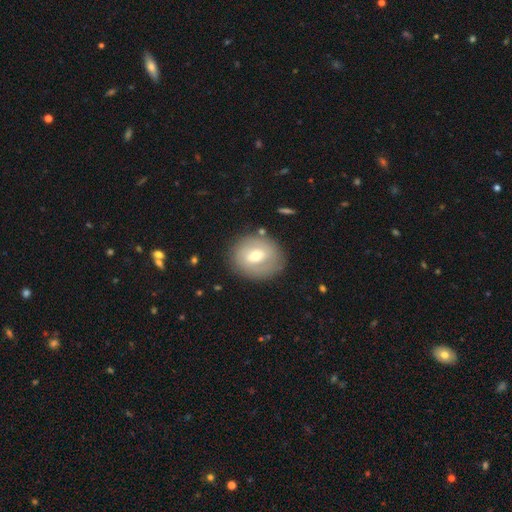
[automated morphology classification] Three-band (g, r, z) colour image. It shows a smooth galaxy with no disk features (49%). Merging: none (82%).